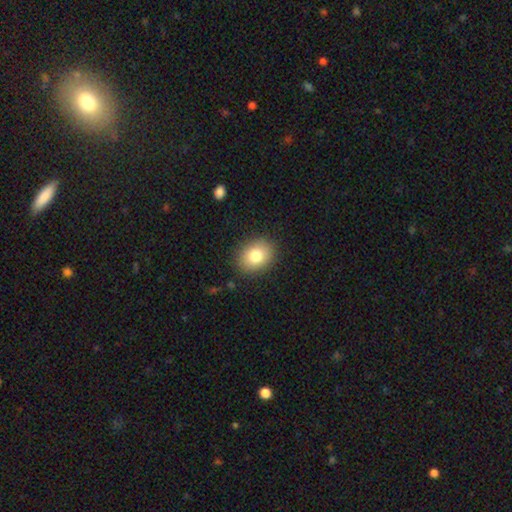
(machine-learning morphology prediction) This appears to be a smooth galaxy with no disk features (80%) that is in between round and cigar-shaped (53%). Merging: none (87%).